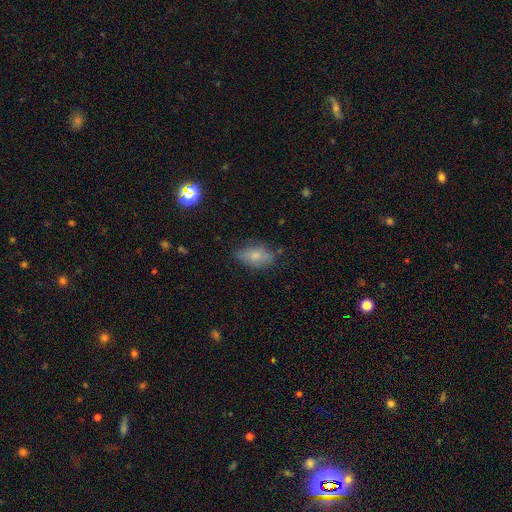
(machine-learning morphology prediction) Smooth or featured: smooth — 73% (featured or disk — 18%)
How rounded: in between — 88% (round — 8%)
Merging: none — 66% (minor disturbance — 24%)